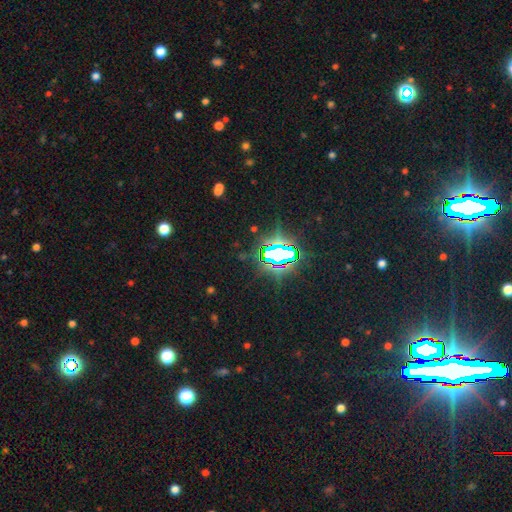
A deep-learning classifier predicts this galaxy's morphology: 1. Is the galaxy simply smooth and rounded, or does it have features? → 81% star or artifact, 11% smooth, 7% featured or disk.